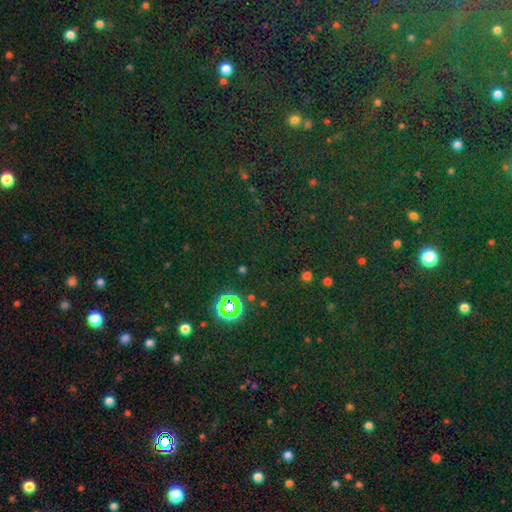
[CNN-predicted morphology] A star or artifact, not a galaxy (60%).

Vote fractions:
- Smooth or featured? star or artifact: 60% / smooth: 33% / featured or disk: 7%